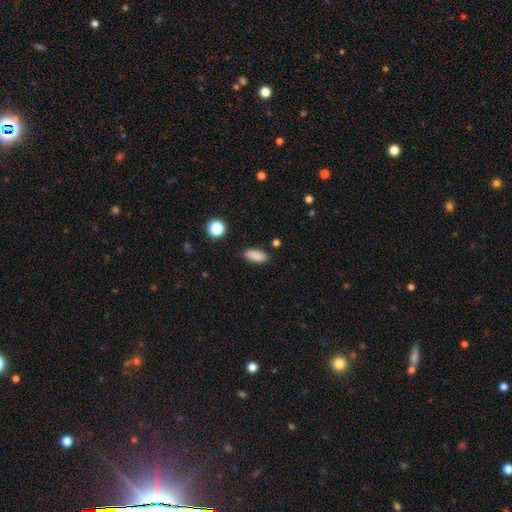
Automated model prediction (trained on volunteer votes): Morphology: type=smooth (87%); roundness=in between (82%); merging=none (88%).